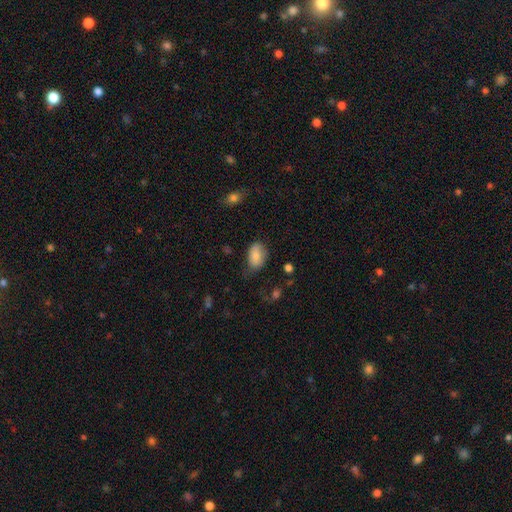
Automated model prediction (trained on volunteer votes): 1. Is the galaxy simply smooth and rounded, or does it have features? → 80% smooth, 13% featured or disk, 7% star or artifact.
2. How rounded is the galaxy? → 87% in between, 11% round, 1% cigar-shaped.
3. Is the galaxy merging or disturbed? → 59% none, 30% minor disturbance, 9% major disturbance, 2% merger.